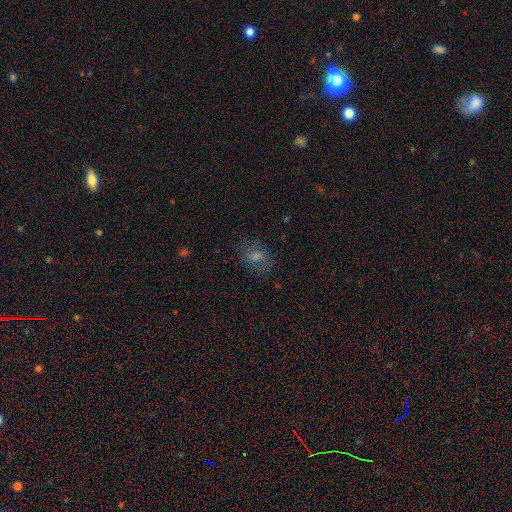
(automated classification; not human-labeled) A smooth galaxy with no disk features (59%) that is in between round and cigar-shaped (63%).

Vote fractions:
- Smooth or featured? smooth: 59% / featured or disk: 23% / star or artifact: 18%
- How rounded? in between: 63% / round: 35% / cigar-shaped: 2%
- Merging? none: 74% / minor disturbance: 17% / major disturbance: 8% / merger: 1%